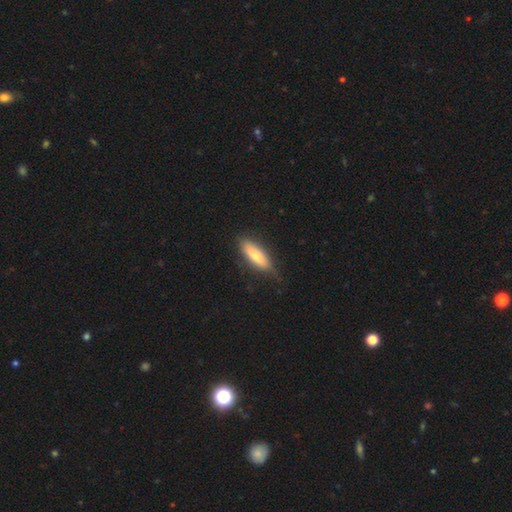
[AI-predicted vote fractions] This appears to be a smooth galaxy with no disk features (71%) that is in between round and cigar-shaped (49%, tied with cigar-shaped). Merging: none (75%).